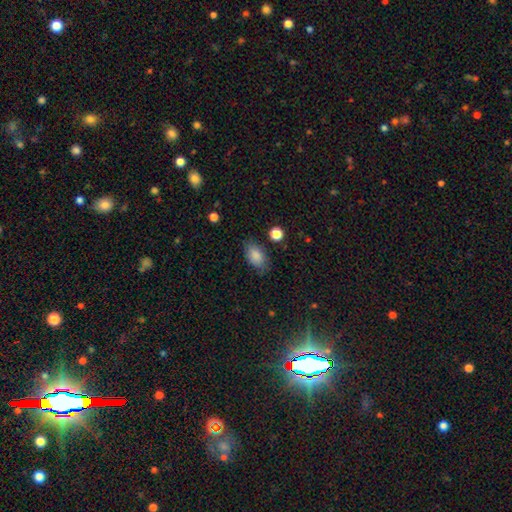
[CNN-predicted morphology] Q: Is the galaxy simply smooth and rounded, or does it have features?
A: smooth — 86%.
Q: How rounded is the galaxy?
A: in between — 91%.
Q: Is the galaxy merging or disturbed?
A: none — 76%.